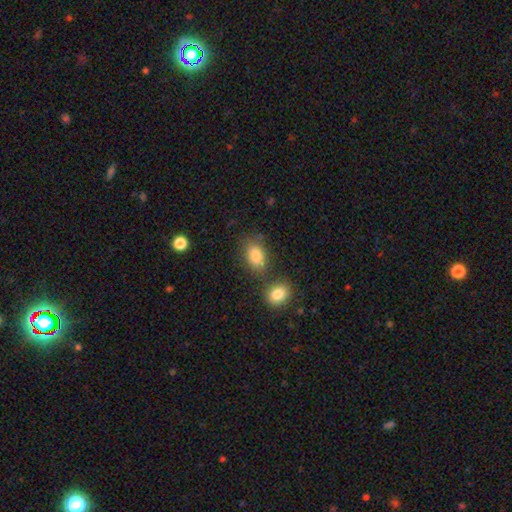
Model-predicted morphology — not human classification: This appears to be a smooth galaxy with no disk features (83%) that is in between round and cigar-shaped (83%). Merging: none (65%).